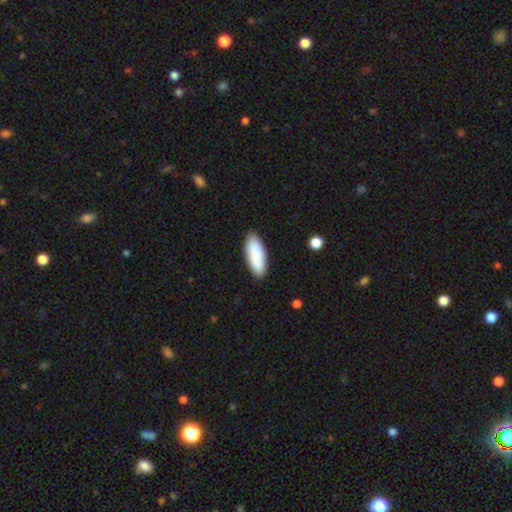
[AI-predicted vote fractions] smooth-or-featured: smooth: 85% | featured or disk: 9% | star or artifact: 6%
  how-rounded: in between: 74% | cigar-shaped: 24% | round: 2%
  merging: none: 86% | minor disturbance: 10% | major disturbance: 2% | merger: 2%